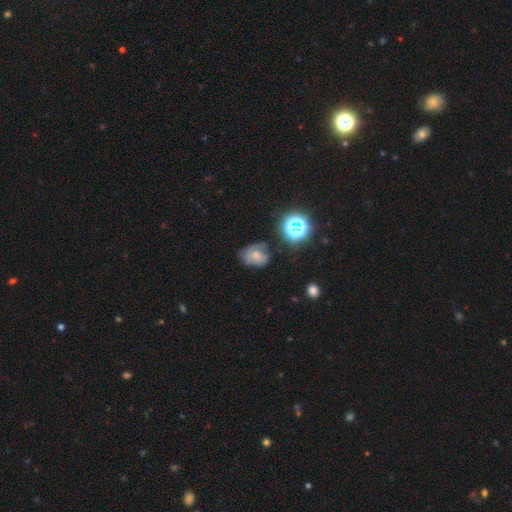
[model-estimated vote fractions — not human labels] Smooth or featured? smooth (50%)
How rounded? in between (53%)
Merging? none (48%)